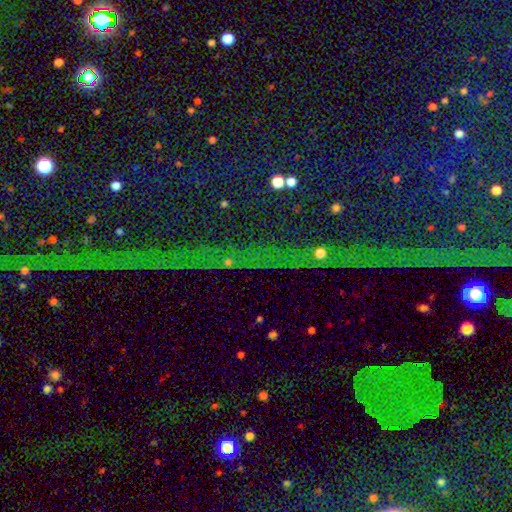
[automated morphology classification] The model was most divided on "smooth or featured": star or artifact: 83%, featured or disk: 9%, smooth: 8%.